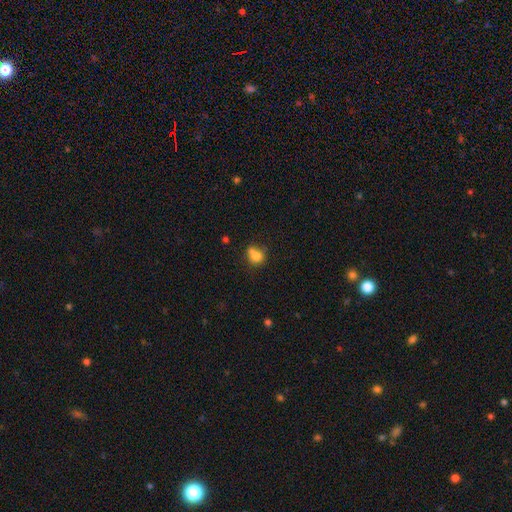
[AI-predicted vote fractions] This appears to be a smooth galaxy with no disk features (76%) that is round (67%). Merging: none (45%).